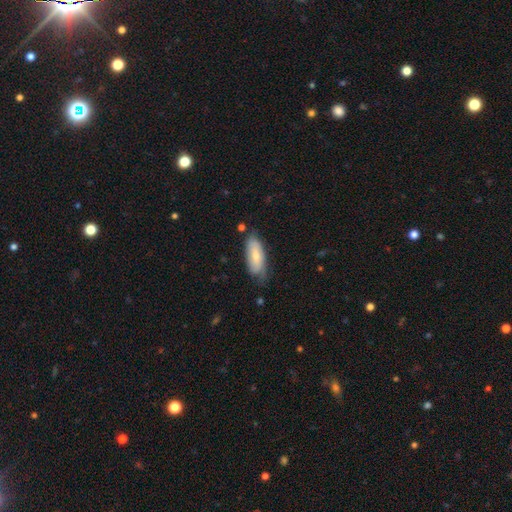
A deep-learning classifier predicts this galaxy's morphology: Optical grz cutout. It shows a smooth galaxy with no disk features (68%) that is in between round and cigar-shaped (77%). Merging: none (57%).